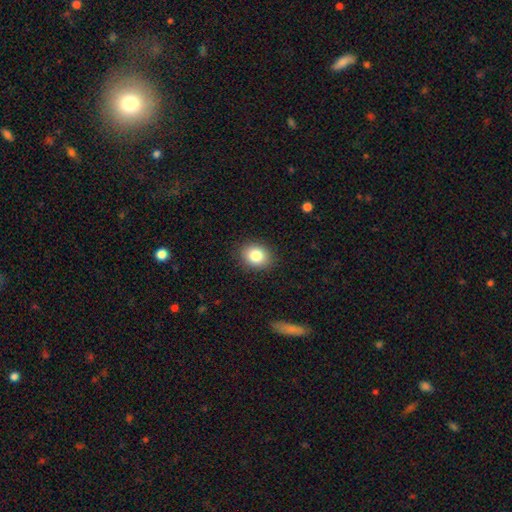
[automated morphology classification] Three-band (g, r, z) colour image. It shows a smooth galaxy with no disk features (83%) that is round (54%). Merging: none (89%).